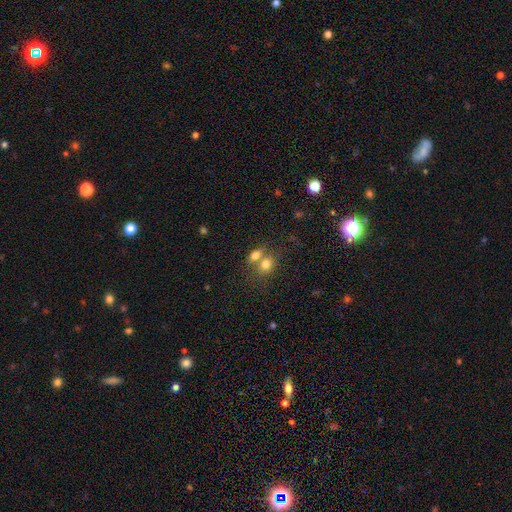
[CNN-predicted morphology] A smooth galaxy with no disk features (76%) that is in between round and cigar-shaped (66%).

Vote fractions:
- Smooth or featured? smooth: 76% / featured or disk: 14% / star or artifact: 10%
- How rounded? in between: 66% / round: 30% / cigar-shaped: 3%
- Merging? merger: 56% / none: 32% / minor disturbance: 8% / major disturbance: 4%